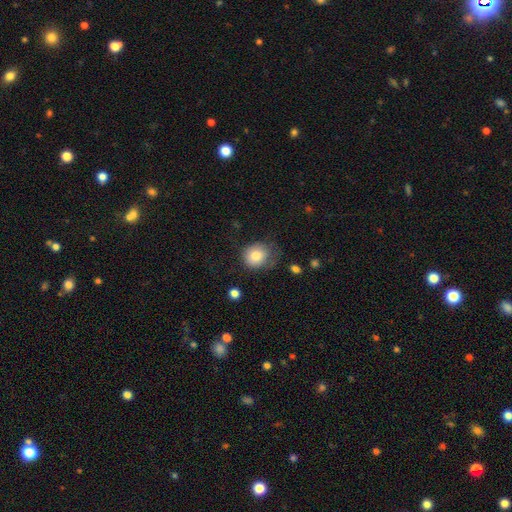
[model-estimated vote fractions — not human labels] Smooth or featured? Predicted: smooth (p=0.80). How rounded? Predicted: round (p=0.75). Merging? Predicted: none (p=0.58).